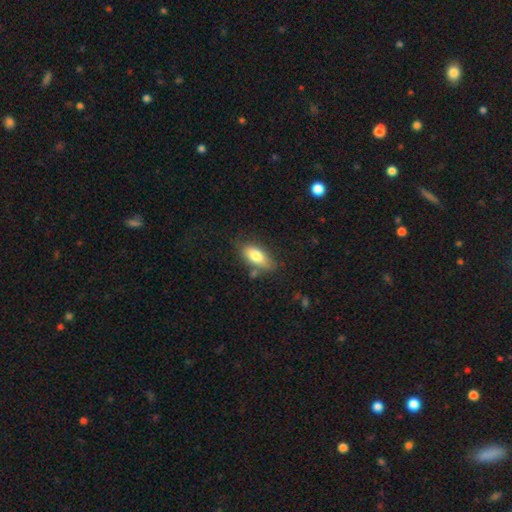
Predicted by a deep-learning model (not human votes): smooth-or-featured: smooth: 79% | featured or disk: 14% | star or artifact: 7%
  how-rounded: in between: 85% | cigar-shaped: 11% | round: 3%
  merging: none: 72% | minor disturbance: 18% | merger: 6% | major disturbance: 4%